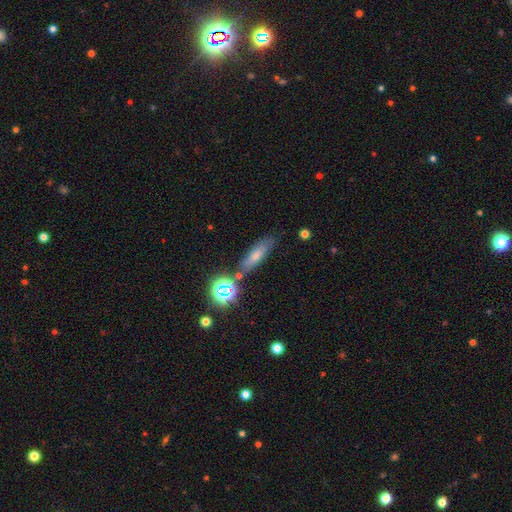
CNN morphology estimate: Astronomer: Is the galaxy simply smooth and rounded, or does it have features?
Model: smooth — 54%.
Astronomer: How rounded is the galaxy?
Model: cigar-shaped — 54% (runner-up: in between, 37%).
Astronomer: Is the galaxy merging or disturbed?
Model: none — 79%.